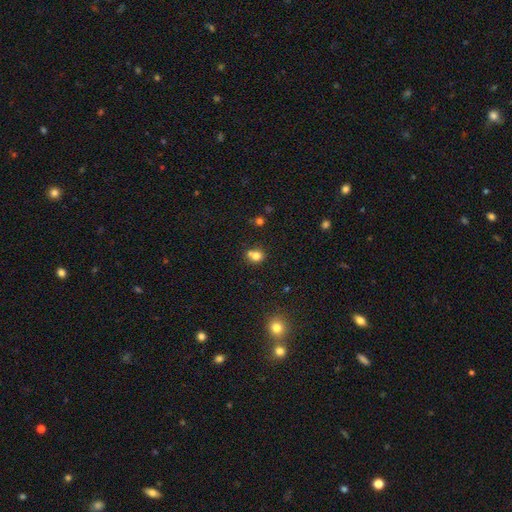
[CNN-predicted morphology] smooth-or-featured: smooth: 77% | star or artifact: 12% | featured or disk: 11%
  how-rounded: round: 68% | in between: 31% | cigar-shaped: 1%
  merging: none: 45% | merger: 39% | minor disturbance: 12% | major disturbance: 4%